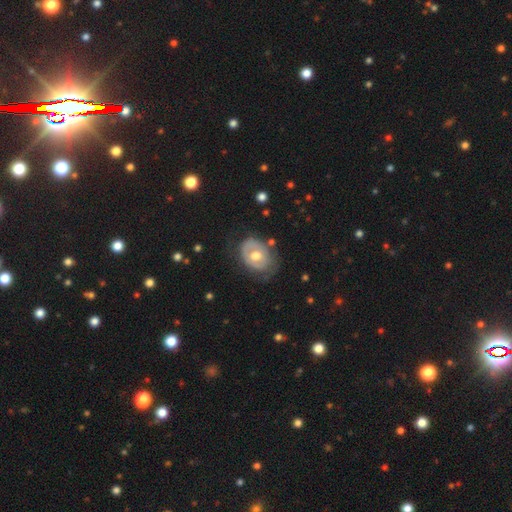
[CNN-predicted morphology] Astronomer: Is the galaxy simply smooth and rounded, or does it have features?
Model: featured or disk — 51% (runner-up: smooth, 43%).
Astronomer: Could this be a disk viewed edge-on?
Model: no — 94%.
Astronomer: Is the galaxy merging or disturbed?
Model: none — 60%.